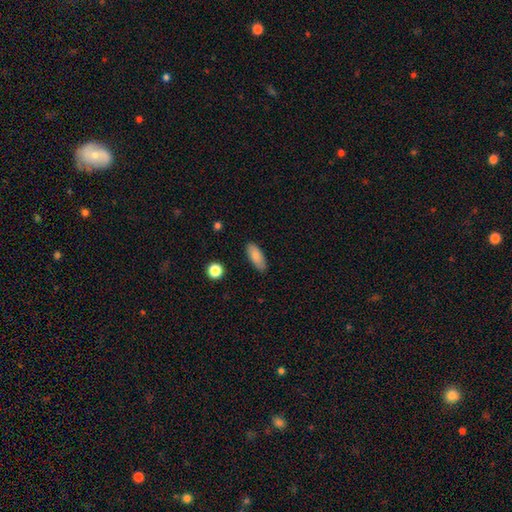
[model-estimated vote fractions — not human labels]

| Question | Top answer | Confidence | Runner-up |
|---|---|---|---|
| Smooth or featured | smooth | 84% | featured or disk (9%) |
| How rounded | in between | 79% | cigar-shaped (19%) |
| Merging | none | 86% | minor disturbance (11%) |